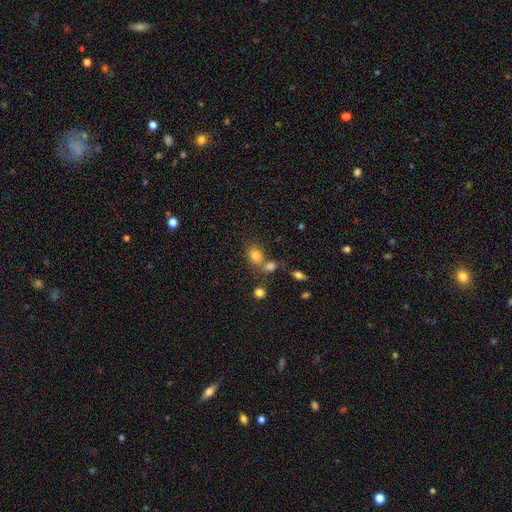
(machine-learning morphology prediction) The model was most divided on "how rounded": in between: 53%, round: 45%, cigar-shaped: 1%. More confident: smooth or featured — smooth (78%); merging — none (50%).